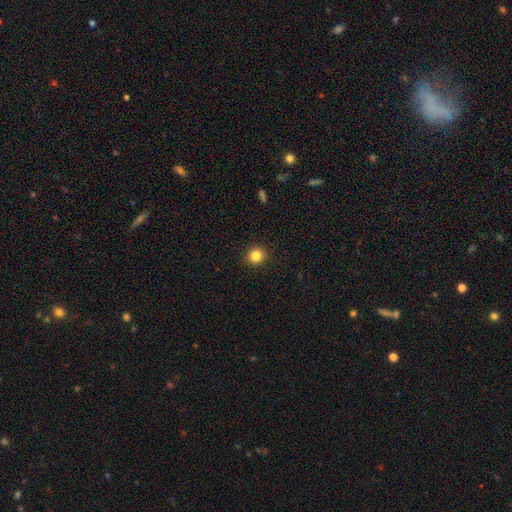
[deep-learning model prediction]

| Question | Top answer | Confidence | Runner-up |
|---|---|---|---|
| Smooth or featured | smooth | 84% | star or artifact (12%) |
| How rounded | round | 90% | in between (9%) |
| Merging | none | 92% | minor disturbance (5%) |